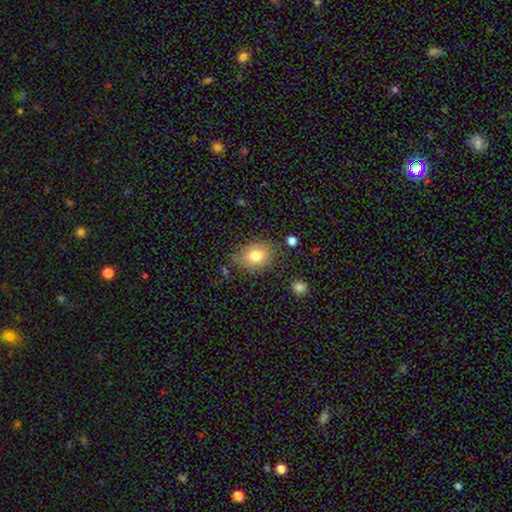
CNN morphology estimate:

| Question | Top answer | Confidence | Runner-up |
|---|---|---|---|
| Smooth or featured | smooth | 79% | featured or disk (12%) |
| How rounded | in between | 59% | round (40%) |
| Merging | none | 74% | minor disturbance (18%) |